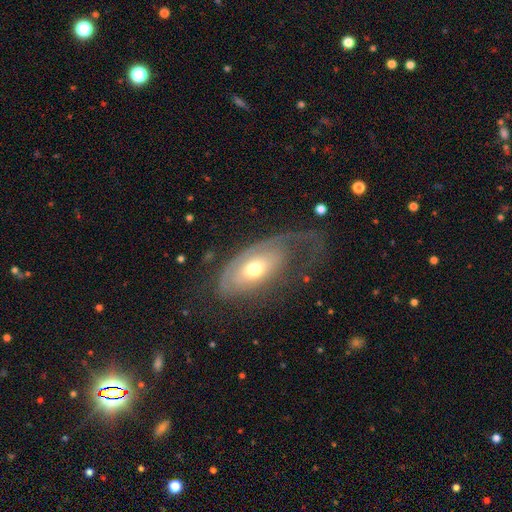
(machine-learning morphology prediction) Overall: featured or disk (62%; smooth 29%). Edge-on disk: no (89%). Bar: no (74%). Spiral arms: yes (59%; no 41%). Bulge size: moderate (66%). Merging: none (43%; major disturbance 33%).